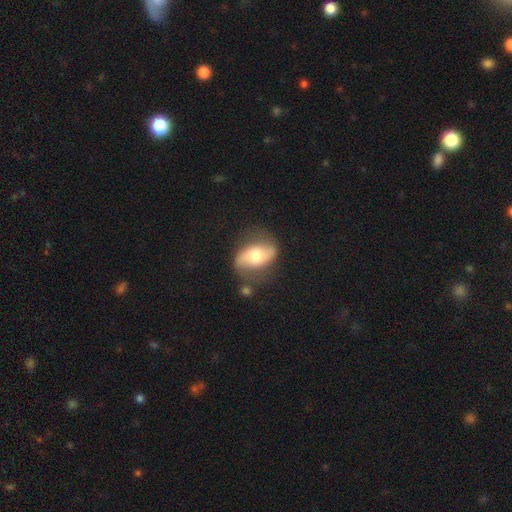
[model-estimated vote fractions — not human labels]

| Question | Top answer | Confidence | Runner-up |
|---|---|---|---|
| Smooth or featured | featured or disk | 66% | smooth (28%) |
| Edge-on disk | no | 94% | yes (6%) |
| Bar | no | 49% | weak (32%) |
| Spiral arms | yes | 87% | no (13%) |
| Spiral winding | loose | 64% | medium (27%) |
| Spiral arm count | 2 | 91% | can't tell (4%) |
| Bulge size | moderate | 56% | large (24%) |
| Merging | none | 66% | minor disturbance (20%) |